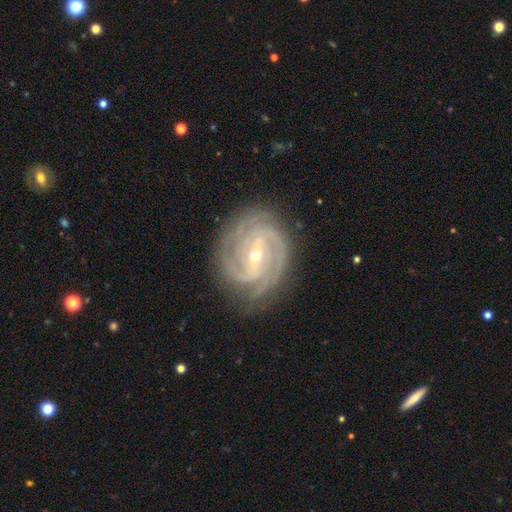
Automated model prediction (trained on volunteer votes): This appears to be a featured or disk galaxy (92%) with a weak bar (45%), 3 (39%) tight (72%) spiral arms (98%) and a small central bulge (58%). Merging: none (79%).